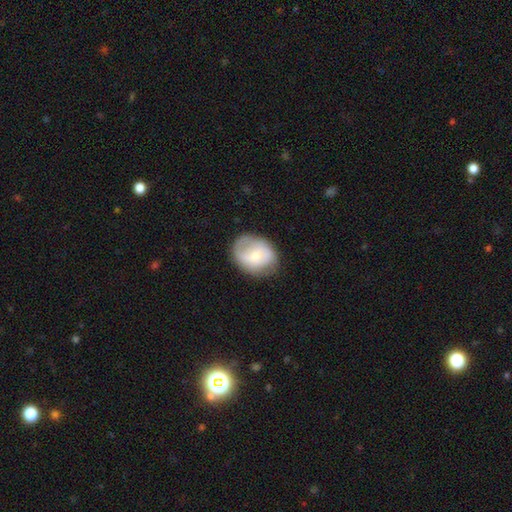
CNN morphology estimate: Smooth or featured?
  - smooth: 52% *
  - featured or disk: 41%
  - star or artifact: 7%
How rounded?
  - in between: 50% *
  - round: 49%
  - cigar-shaped: 1%
Merging?
  - none: 66% *
  - minor disturbance: 23%
  - major disturbance: 9%
  - merger: 1%